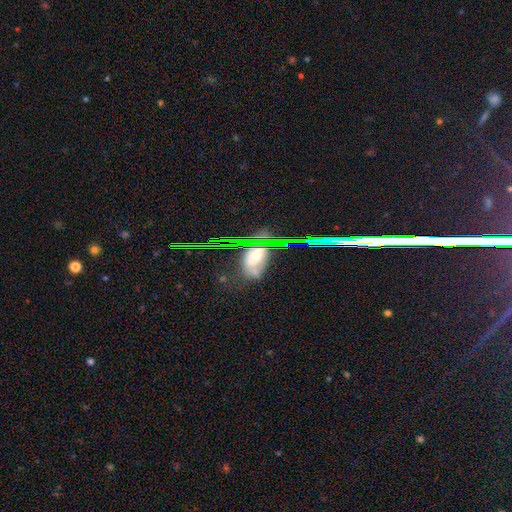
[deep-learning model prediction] Morphology: type=smooth (44%); merging=none (56%).